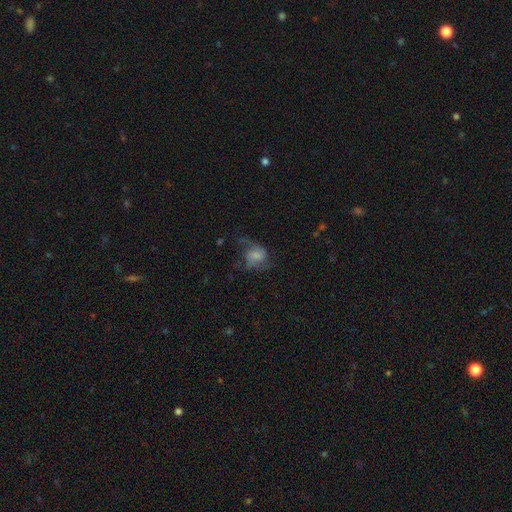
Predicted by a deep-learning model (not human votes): Smooth or featured? featured or disk (48%)
Merging? none (41%)